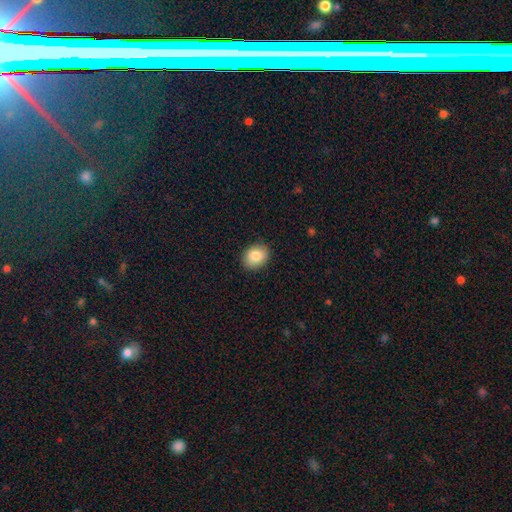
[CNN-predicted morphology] Smooth or featured? Predicted: smooth (p=0.84). How rounded? Predicted: in between (p=0.55). Merging? Predicted: none (p=0.89).